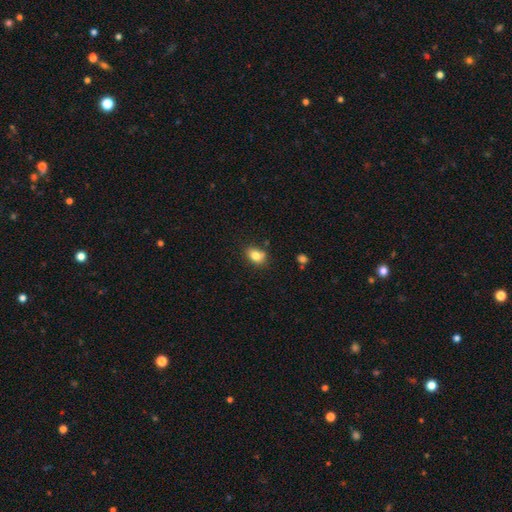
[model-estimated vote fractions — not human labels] This appears to be a smooth galaxy with no disk features (82%) that is in between round and cigar-shaped (73%). Merging: none (71%).